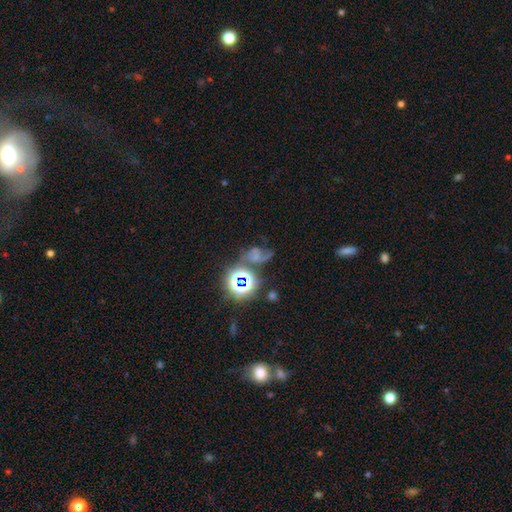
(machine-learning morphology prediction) Q: Smooth or featured?
A: star or artifact (36%); runner-up: smooth (33%)